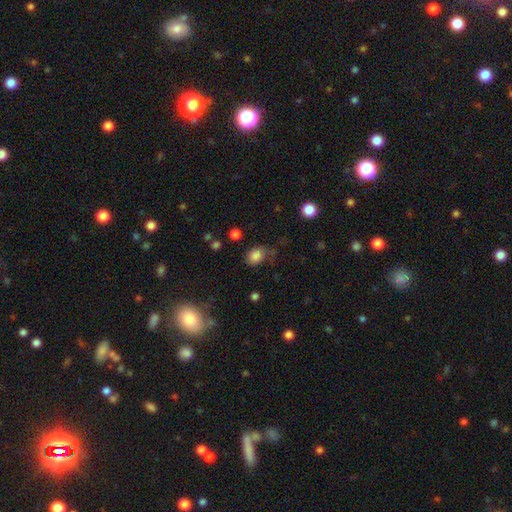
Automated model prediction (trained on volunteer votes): This is clearly a smooth galaxy (81%). How rounded: possibly round (52%). Merging: possibly none (53%).